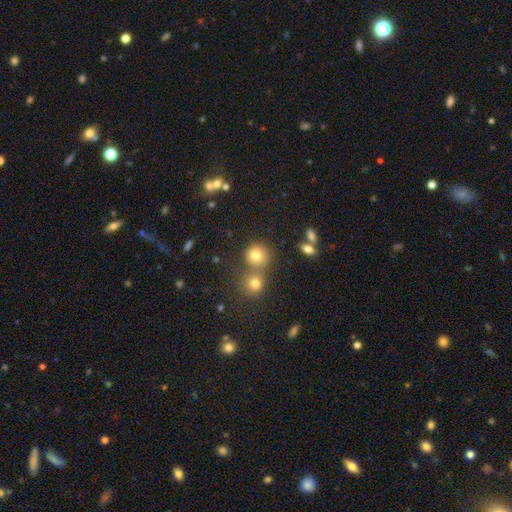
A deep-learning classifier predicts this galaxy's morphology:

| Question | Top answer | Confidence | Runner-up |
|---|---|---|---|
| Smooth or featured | smooth | 76% | star or artifact (15%) |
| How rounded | round | 87% | in between (12%) |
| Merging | none | 59% | merger (29%) |